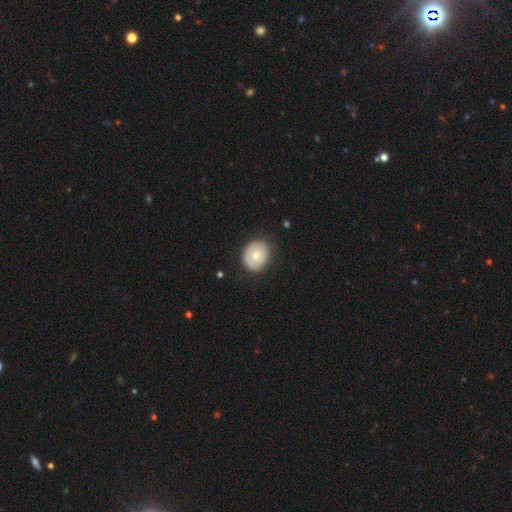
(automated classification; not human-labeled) smooth_or_featured: smooth (p=0.68) [alt: featured or disk p=0.25]
how_rounded: round (p=0.63) [alt: in between p=0.36]
merging: none (p=0.79) [alt: minor disturbance p=0.16]